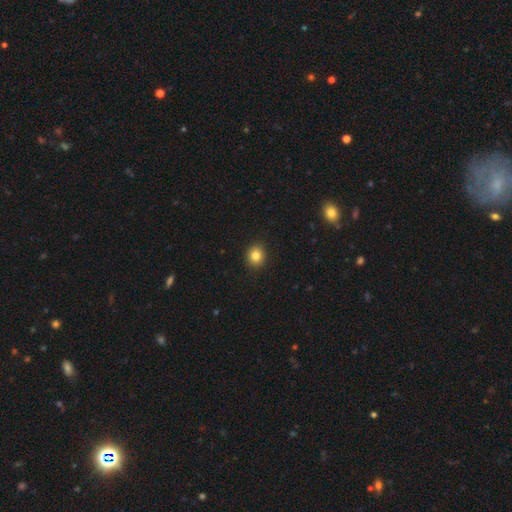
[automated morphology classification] A smooth galaxy with no disk features (83%) that is round (83%).

Vote fractions:
- Smooth or featured? smooth: 83% / star or artifact: 11% / featured or disk: 6%
- How rounded? round: 83% / in between: 16% / cigar-shaped: 1%
- Merging? none: 92% / minor disturbance: 5% / major disturbance: 2% / merger: 1%